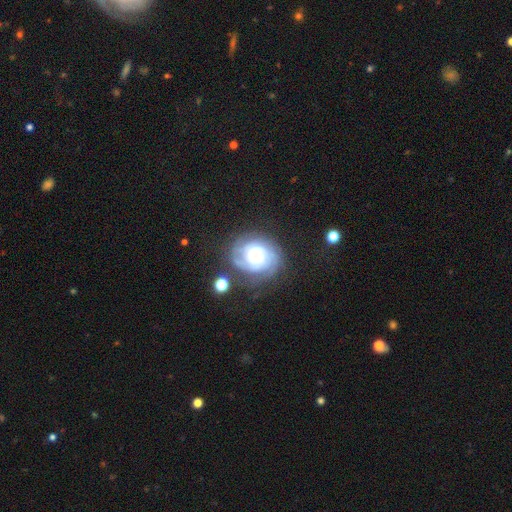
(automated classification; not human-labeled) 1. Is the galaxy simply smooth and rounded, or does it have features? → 77% featured or disk, 16% smooth, 8% star or artifact.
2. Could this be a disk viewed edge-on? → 97% no, 3% yes.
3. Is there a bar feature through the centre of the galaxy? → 75% no, 20% weak, 5% strong.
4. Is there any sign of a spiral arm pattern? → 90% yes, 10% no.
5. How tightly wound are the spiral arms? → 67% tight, 25% medium, 8% loose.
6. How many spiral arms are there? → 35% can't tell, 28% 2, 19% 3, 6% 4, 6% 1, 5% more than 4.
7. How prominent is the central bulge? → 65% moderate, 22% large, 10% small, 2% dominant, 1% none.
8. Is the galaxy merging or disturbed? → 67% none, 19% minor disturbance, 11% major disturbance, 3% merger.